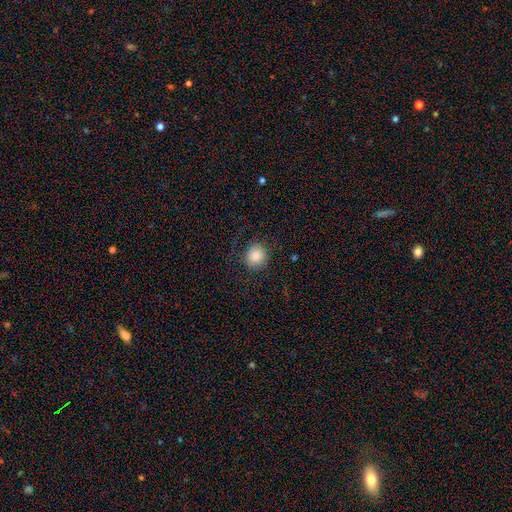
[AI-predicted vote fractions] This is clearly a smooth galaxy (83%). How rounded: clearly round (89%). Merging: likely none (80%).